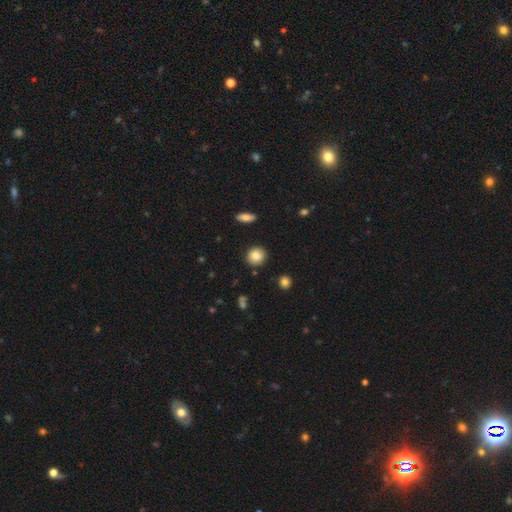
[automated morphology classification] Smooth or featured? smooth (85%)
How rounded? round (89%)
Merging? none (90%)